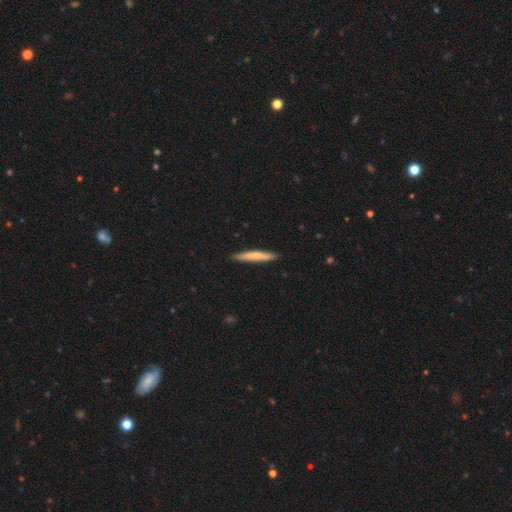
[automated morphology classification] This appears to be a smooth galaxy with no disk features (69%) that is cigar-shaped (94%). Merging: none (89%).